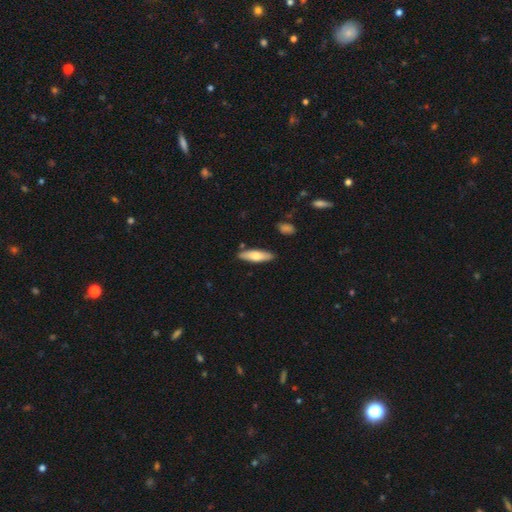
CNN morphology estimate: The model was most divided on "how rounded": cigar-shaped: 54%, in between: 45%, round: 2%. More confident: merging — none (86%); smooth or featured — smooth (70%).